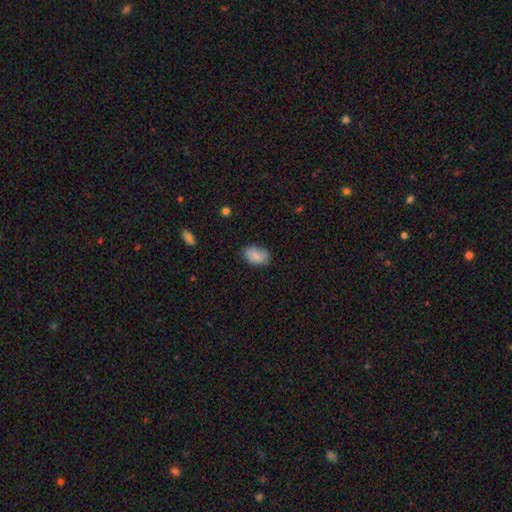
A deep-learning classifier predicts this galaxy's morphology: The model was most divided on "merging": none: 73%, minor disturbance: 22%, major disturbance: 4%, merger: 1%. More confident: smooth or featured — smooth (86%); how rounded — in between (86%).